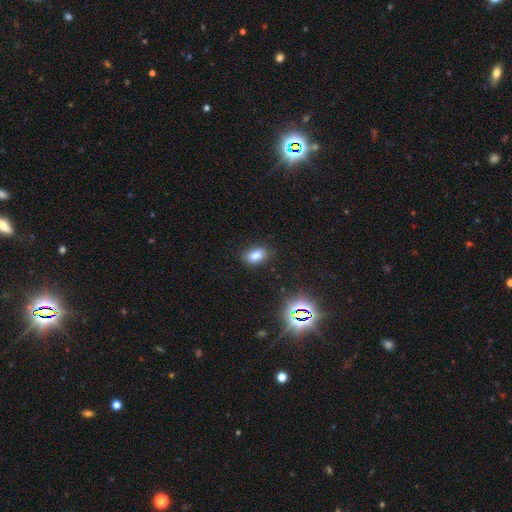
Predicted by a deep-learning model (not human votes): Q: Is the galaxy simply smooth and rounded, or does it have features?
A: smooth — 78%.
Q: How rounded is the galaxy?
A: in between — 84%.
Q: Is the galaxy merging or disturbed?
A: none — 84%.